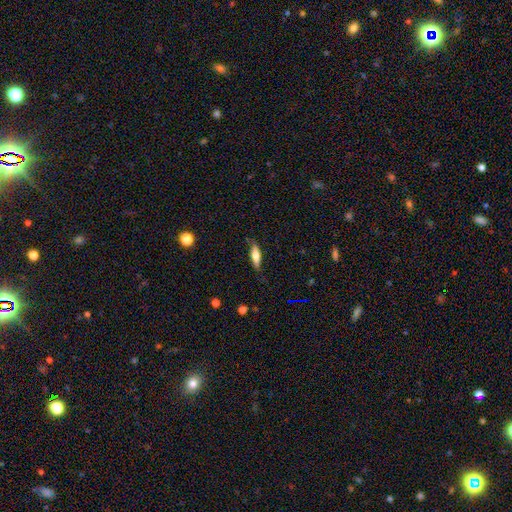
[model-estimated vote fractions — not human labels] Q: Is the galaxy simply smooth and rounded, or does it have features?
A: smooth — 52%.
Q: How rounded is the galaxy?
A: cigar-shaped — 60%.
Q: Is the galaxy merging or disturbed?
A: none — 77%.